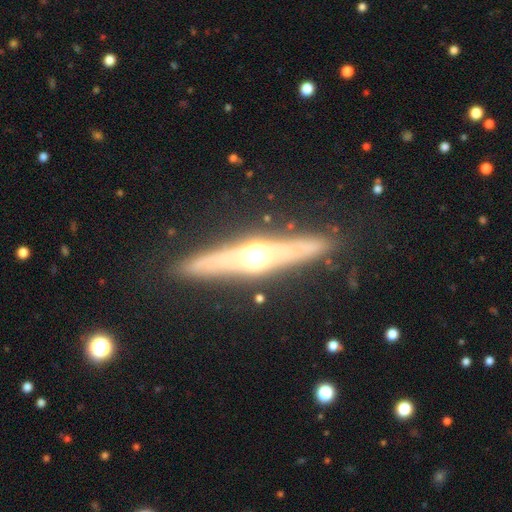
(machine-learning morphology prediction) featured or disk 74%, smooth 19%, star or artifact 7%. Down the decision tree: edge-on disk — yes (93%); edge-on bulge — rounded (90%); merging — none (88%).